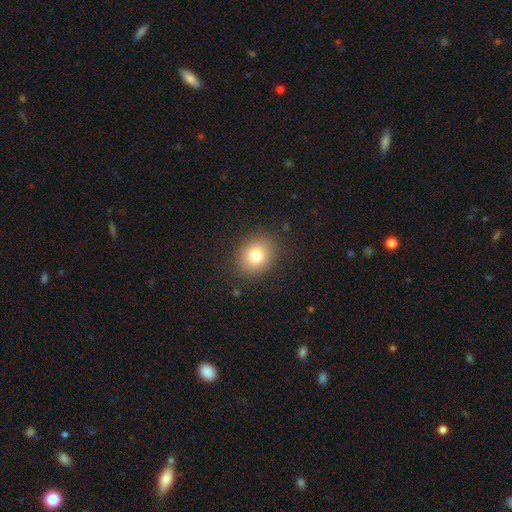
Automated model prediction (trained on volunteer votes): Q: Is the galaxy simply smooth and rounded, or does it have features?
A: smooth — 78%.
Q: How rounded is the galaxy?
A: round — 59%.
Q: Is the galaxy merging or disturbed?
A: none — 87%.